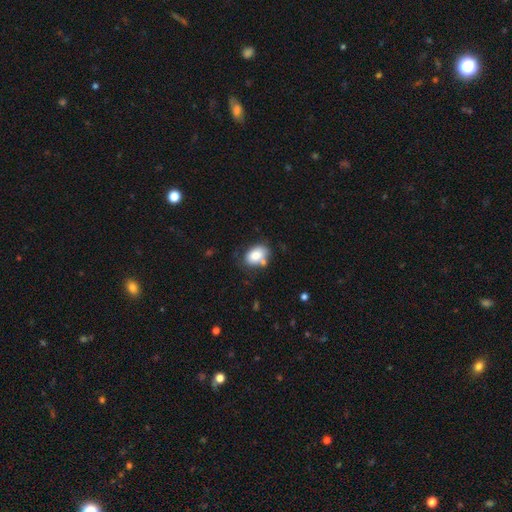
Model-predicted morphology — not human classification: This is clearly a smooth galaxy (81%). How rounded: clearly in between (82%). Merging: possibly none (59%).